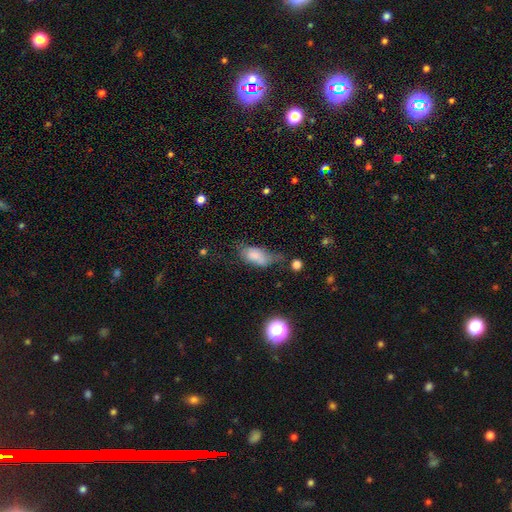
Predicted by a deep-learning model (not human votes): smooth_or_featured: smooth (p=0.75) [alt: featured or disk p=0.15]
how_rounded: in between (p=0.87) [alt: cigar-shaped p=0.07]
merging: minor disturbance (p=0.35) [alt: none p=0.30]